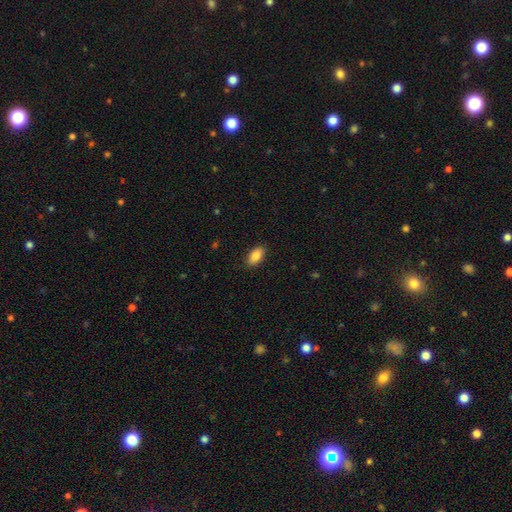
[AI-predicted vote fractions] Smooth or featured? smooth (87%)
How rounded? in between (91%)
Merging? none (88%)